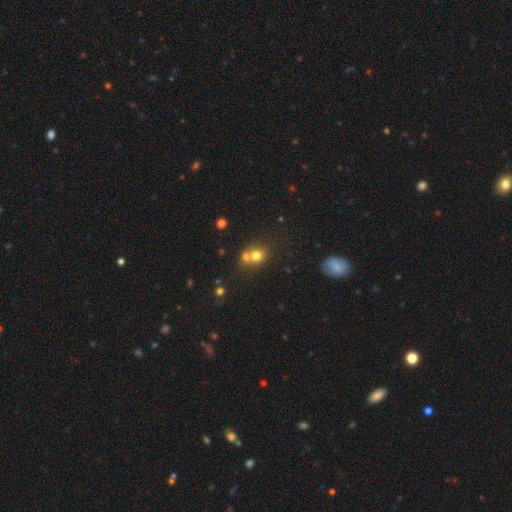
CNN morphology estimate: Smooth or featured? smooth (72%)
How rounded? round (77%)
Merging? merger (47%)